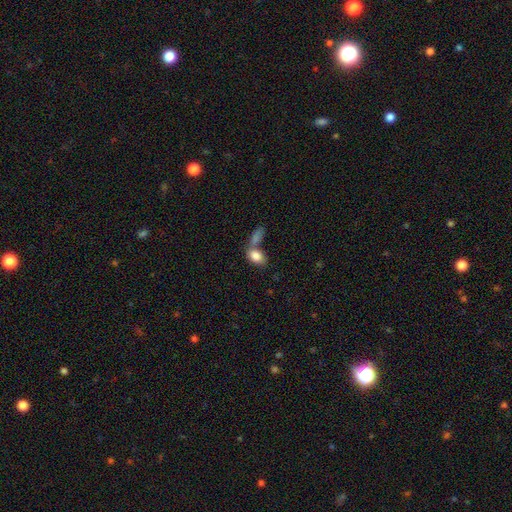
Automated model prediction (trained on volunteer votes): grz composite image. It shows a smooth galaxy with no disk features (84%) that is in between round and cigar-shaped (86%). Merging: merger (51%).